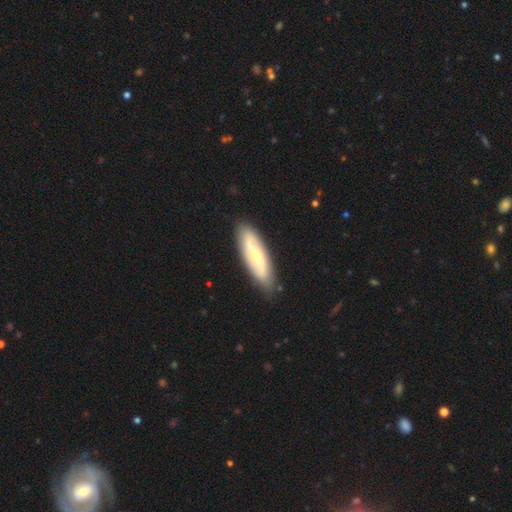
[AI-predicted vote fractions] This appears to be a featured or disk galaxy (71%) with a strong bar (48%), spiral arms (81%) and a small central bulge (59%). Merging: none (86%).